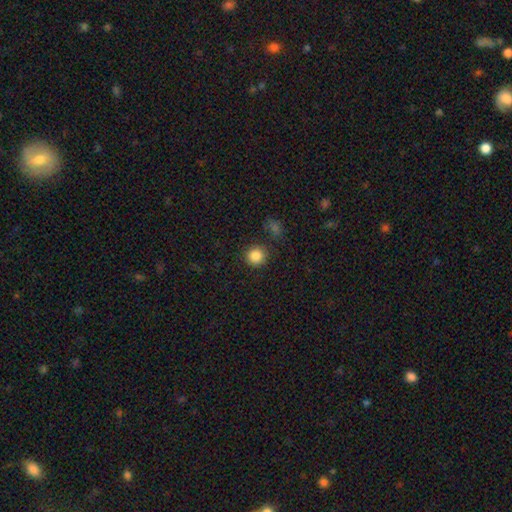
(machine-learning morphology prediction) Smooth or featured?
  - smooth: 86% *
  - star or artifact: 10%
  - featured or disk: 4%
How rounded?
  - round: 93% *
  - in between: 7%
  - cigar-shaped: 1%
Merging?
  - none: 84% *
  - minor disturbance: 9%
  - merger: 4%
  - major disturbance: 3%